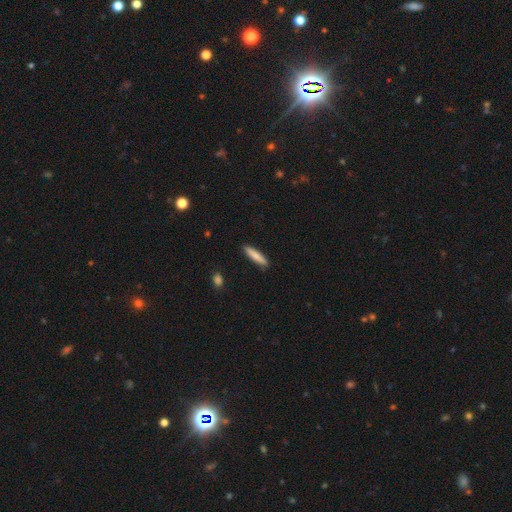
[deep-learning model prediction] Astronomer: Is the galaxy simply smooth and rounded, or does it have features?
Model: smooth — 80%.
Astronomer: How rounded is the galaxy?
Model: cigar-shaped — 89%.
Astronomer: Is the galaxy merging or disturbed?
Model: none — 90%.